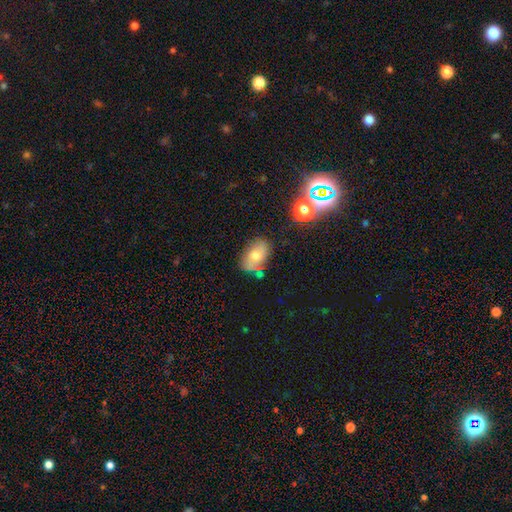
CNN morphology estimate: Smooth or featured? Predicted: smooth (p=0.69). How rounded? Predicted: in between (p=0.91). Merging? Predicted: none (p=0.66).